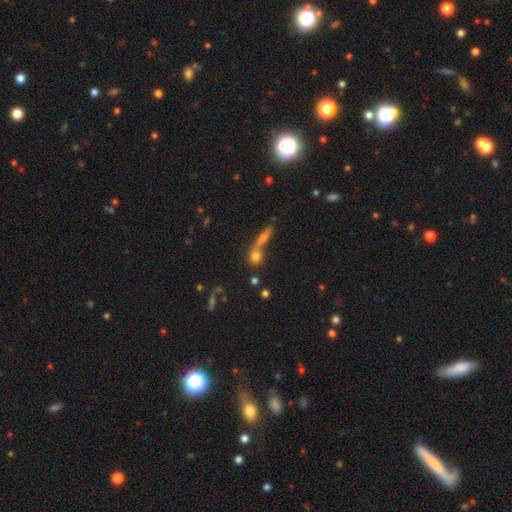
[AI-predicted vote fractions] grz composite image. It shows a smooth galaxy with no disk features (71%) that is round (67%). Merging: none (45%).